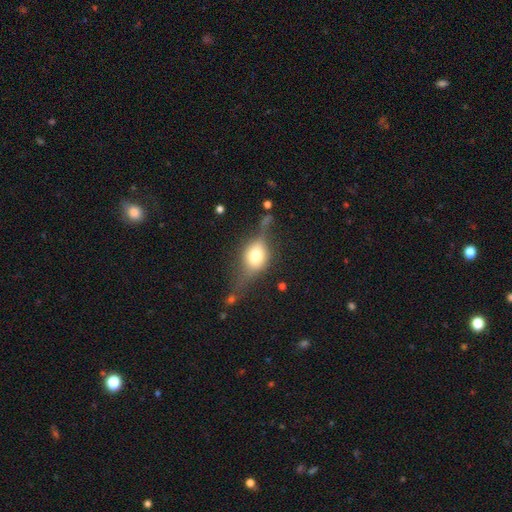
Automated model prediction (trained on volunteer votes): featured or disk 48%, smooth 43%, star or artifact 9%. Down the decision tree: merging — none (50%).